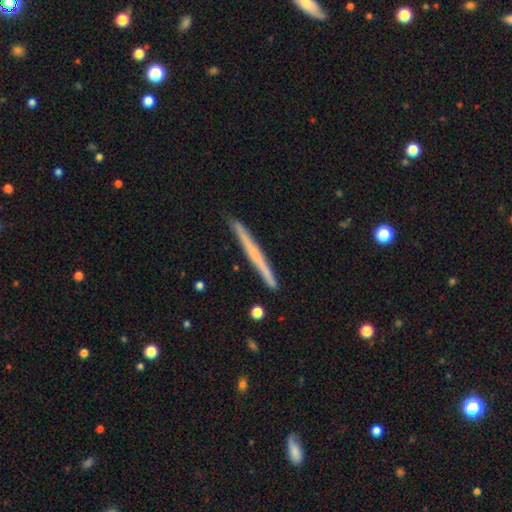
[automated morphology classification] Smooth or featured? Predicted: featured or disk (p=0.50). Edge-on disk? Predicted: yes (p=0.98). Merging? Predicted: none (p=0.91).